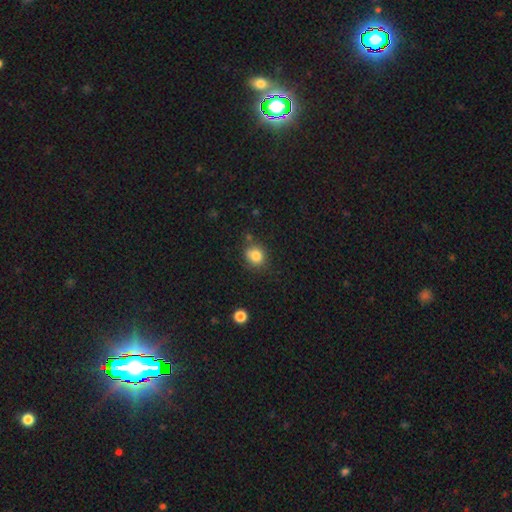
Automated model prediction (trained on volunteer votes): This is clearly a smooth galaxy (83%). How rounded: likely round (72%). Merging: likely none (73%).